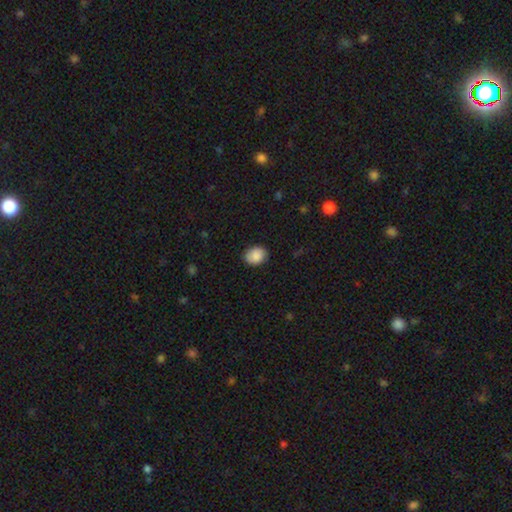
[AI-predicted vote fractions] Overall: smooth (85%). How rounded: in between (54%; round 45%). Merging: none (84%).